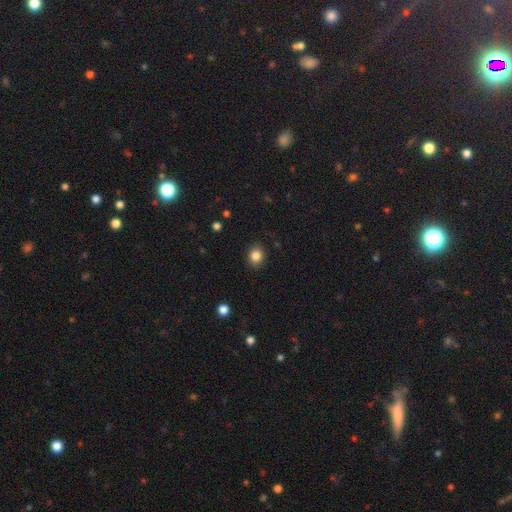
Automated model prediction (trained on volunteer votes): Smooth or featured: smooth — 84% (star or artifact — 11%)
How rounded: round — 68% (in between — 31%)
Merging: none — 89% (minor disturbance — 8%)